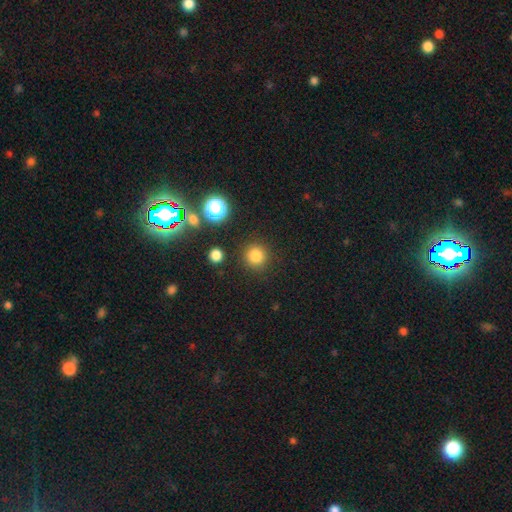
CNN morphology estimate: The model was most divided on "smooth or featured": smooth: 81%, star or artifact: 14%, featured or disk: 5%. More confident: how rounded — round (94%); merging — none (88%).